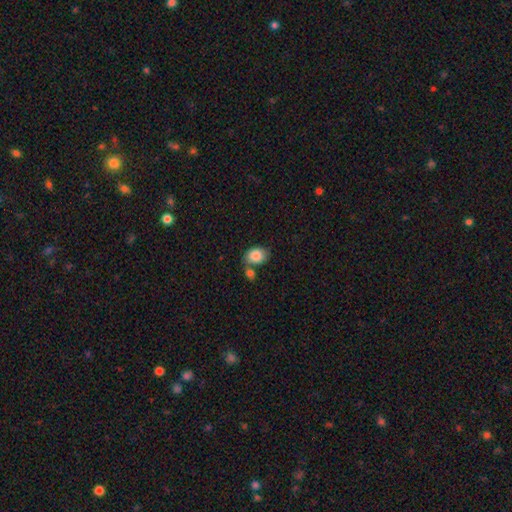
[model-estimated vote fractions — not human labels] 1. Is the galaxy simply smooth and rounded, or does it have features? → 86% smooth, 7% star or artifact, 7% featured or disk.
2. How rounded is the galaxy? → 70% in between, 29% round, 1% cigar-shaped.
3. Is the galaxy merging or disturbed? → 52% none, 27% merger, 16% minor disturbance, 5% major disturbance.